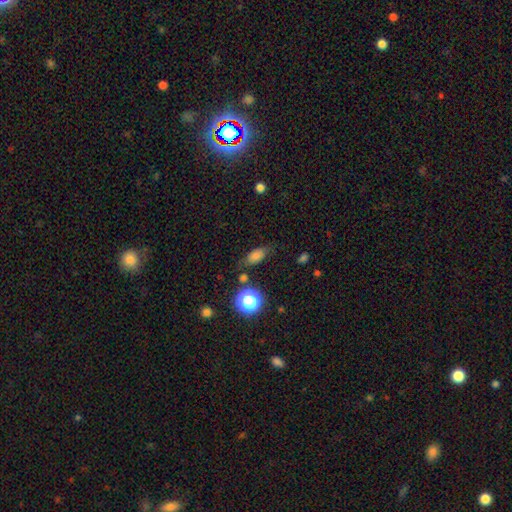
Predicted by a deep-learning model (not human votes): A smooth galaxy with no disk features (74%) that is in between round and cigar-shaped (77%). Merging: none (69%).